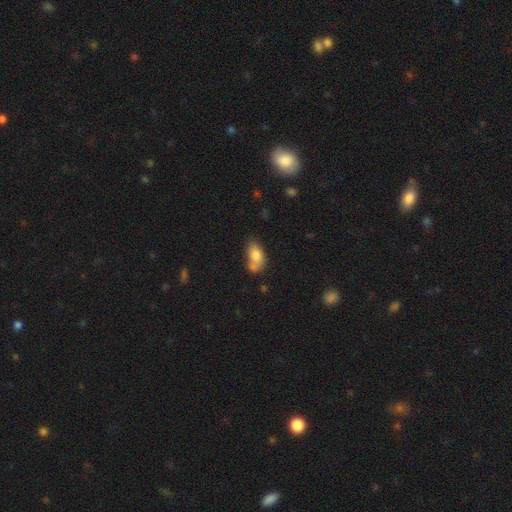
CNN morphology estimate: A smooth galaxy with no disk features (76%) that is in between round and cigar-shaped (85%). Merging: merger (40%).